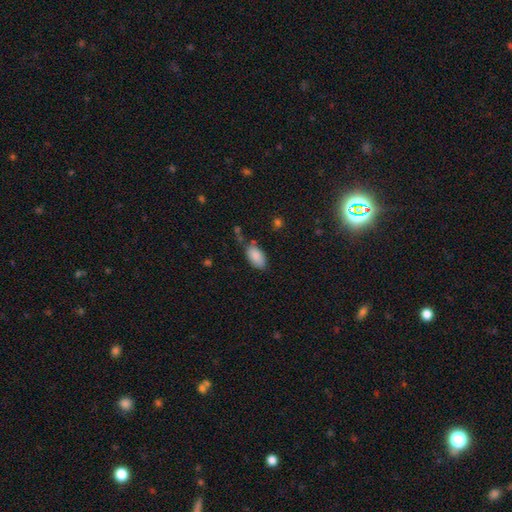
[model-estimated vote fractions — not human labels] smooth 88%, star or artifact 7%, featured or disk 5%. Down the decision tree: how rounded — in between (94%); merging — none (70%).